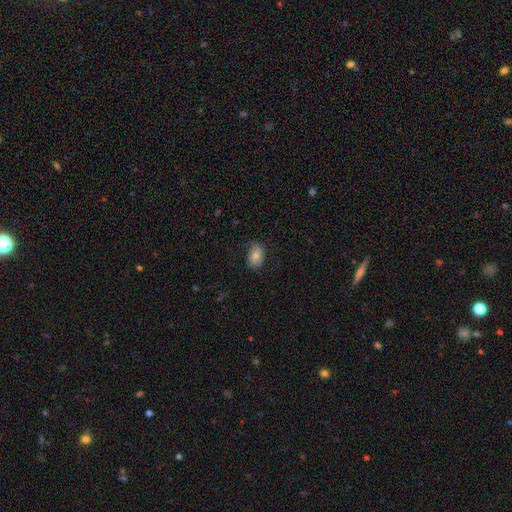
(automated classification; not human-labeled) Smooth or featured: smooth — 68% (featured or disk — 23%)
How rounded: in between — 82% (round — 17%)
Merging: none — 74% (minor disturbance — 20%)